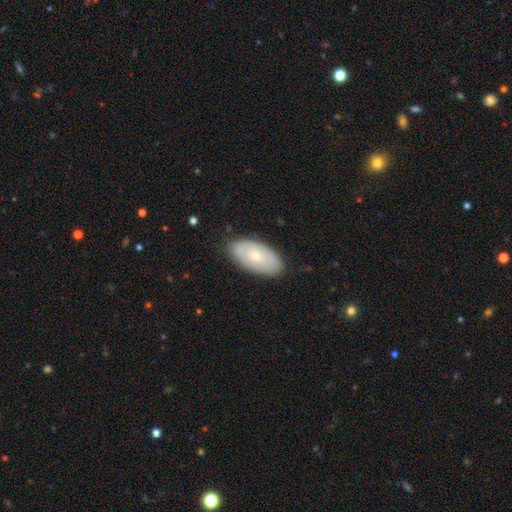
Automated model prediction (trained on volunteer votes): A smooth galaxy with no disk features (60%) that is in between round and cigar-shaped (95%).

Vote fractions:
- Smooth or featured? smooth: 60% / featured or disk: 34% / star or artifact: 6%
- How rounded? in between: 95% / round: 3% / cigar-shaped: 3%
- Merging? none: 84% / minor disturbance: 13% / major disturbance: 2% / merger: 1%